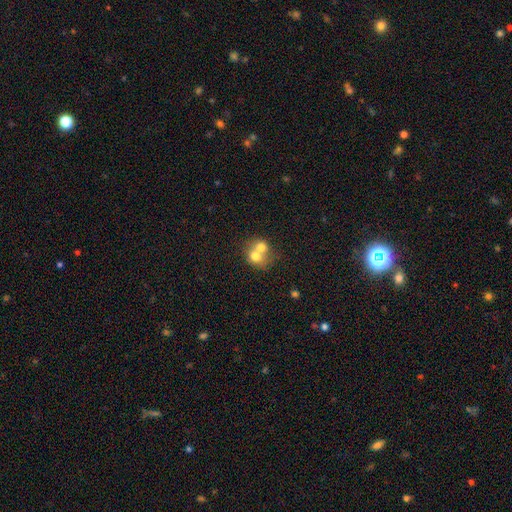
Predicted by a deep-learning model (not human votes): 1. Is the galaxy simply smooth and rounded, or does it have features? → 69% smooth, 22% featured or disk, 10% star or artifact.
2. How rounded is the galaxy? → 70% round, 29% in between, 1% cigar-shaped.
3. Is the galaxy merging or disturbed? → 68% merger, 24% none, 5% minor disturbance, 3% major disturbance.